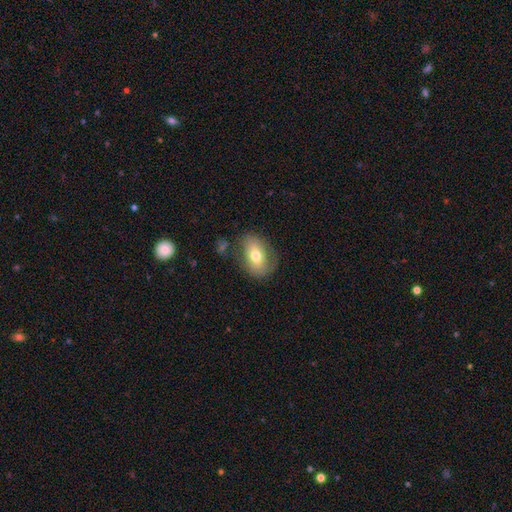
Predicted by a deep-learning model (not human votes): This is likely a smooth galaxy (66%). How rounded: clearly in between (84%). Merging: likely none (69%).